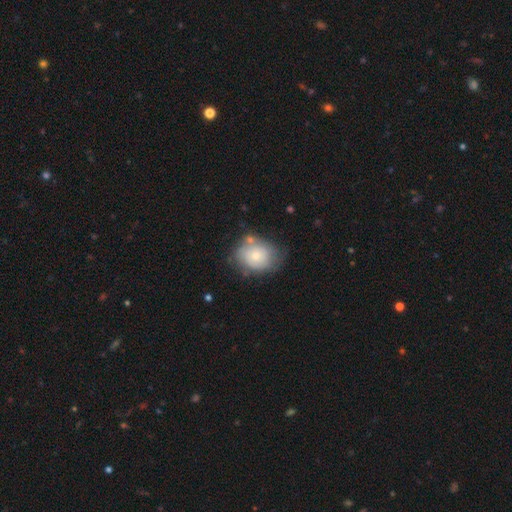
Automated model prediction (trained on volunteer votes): Smooth or featured: smooth — 64% (featured or disk — 28%)
How rounded: in between — 53% (round — 47%)
Merging: none — 60% (minor disturbance — 25%)